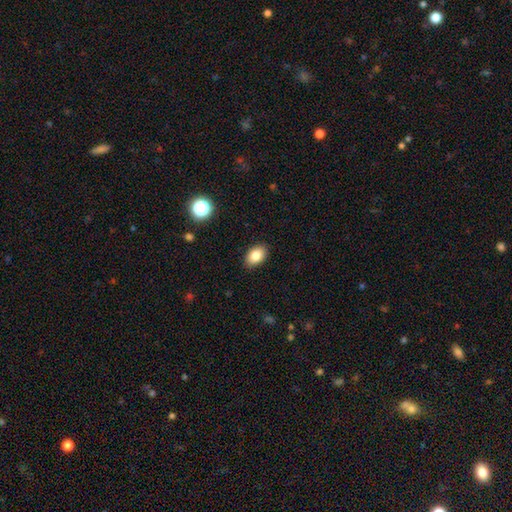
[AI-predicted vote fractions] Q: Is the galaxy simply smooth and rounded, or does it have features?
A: smooth — 84%.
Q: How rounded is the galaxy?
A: in between — 88%.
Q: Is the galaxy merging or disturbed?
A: none — 88%.